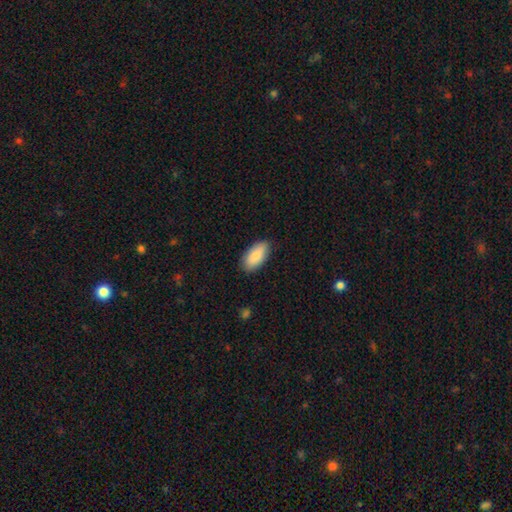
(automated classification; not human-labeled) A smooth galaxy with no disk features (89%) that is in between round and cigar-shaped (92%).

Vote fractions:
- Smooth or featured? smooth: 89% / star or artifact: 6% / featured or disk: 6%
- How rounded? in between: 92% / cigar-shaped: 6% / round: 2%
- Merging? none: 86% / minor disturbance: 11% / major disturbance: 2% / merger: 1%